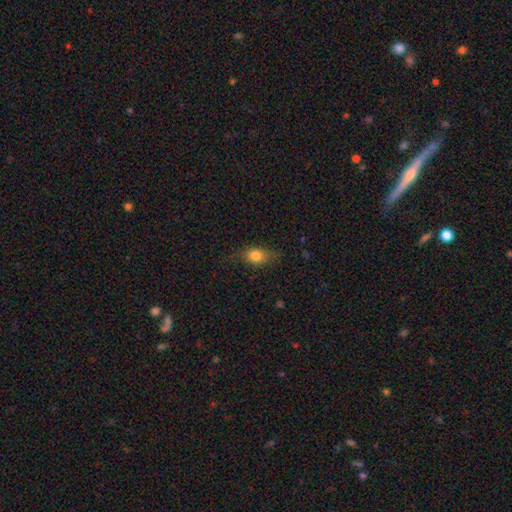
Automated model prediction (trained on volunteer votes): Overall: smooth (77%). How rounded: in between (70%). Merging: none (70%).